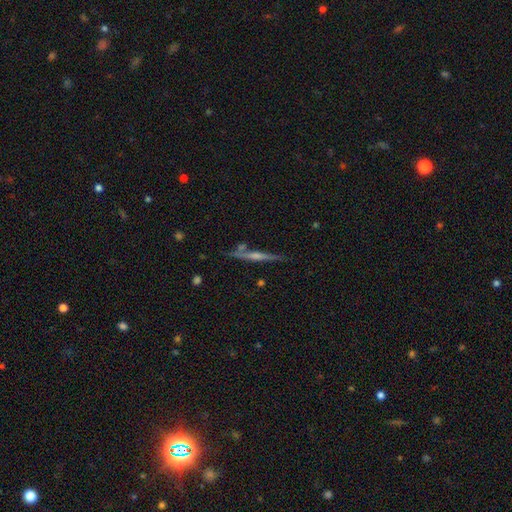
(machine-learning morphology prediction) Smooth or featured? Predicted: featured or disk (p=0.71). Edge-on disk? Predicted: yes (p=0.96). Edge-on bulge? Predicted: rounded (p=0.61). Merging? Predicted: none (p=0.77).